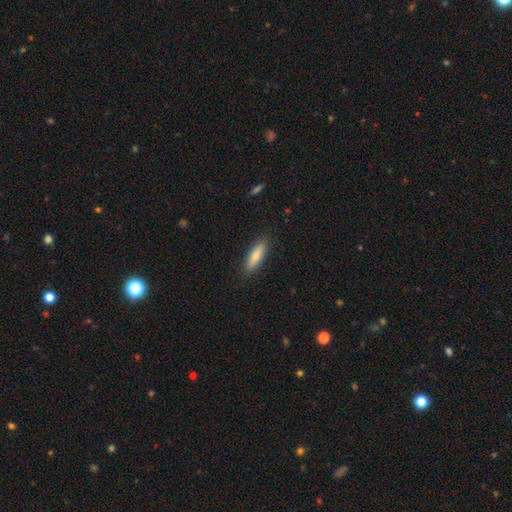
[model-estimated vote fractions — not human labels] smooth 81%, featured or disk 14%, star or artifact 6%. Down the decision tree: how rounded — cigar-shaped (67%); merging — none (88%).